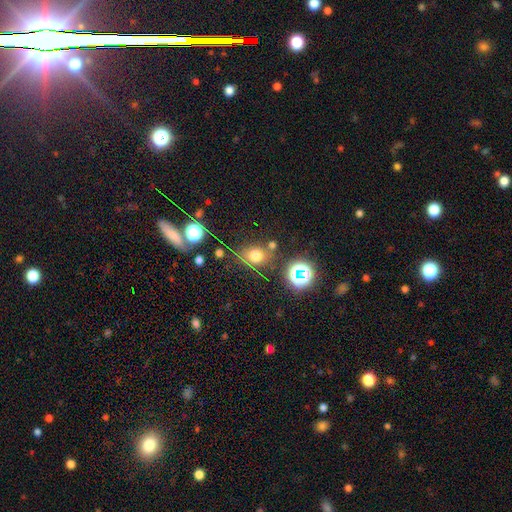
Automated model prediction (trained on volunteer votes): A smooth galaxy with no disk features (64%) that is round (62%). Merging: none (64%).